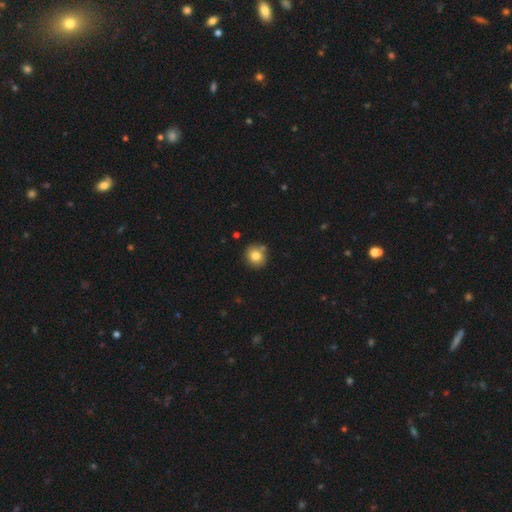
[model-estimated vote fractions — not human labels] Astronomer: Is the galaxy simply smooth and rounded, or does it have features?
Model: smooth — 81%.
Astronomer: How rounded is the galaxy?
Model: round — 88%.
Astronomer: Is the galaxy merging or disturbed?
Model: none — 79%.